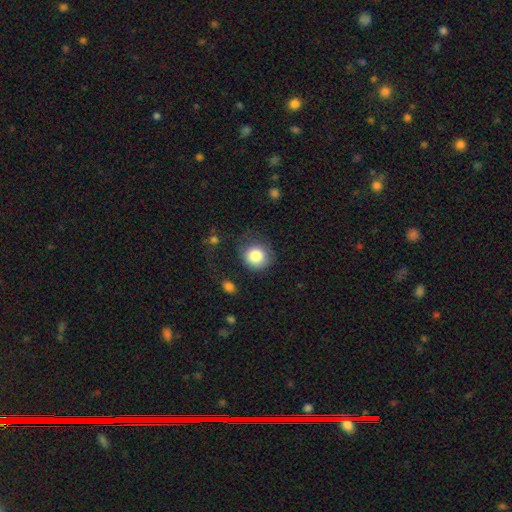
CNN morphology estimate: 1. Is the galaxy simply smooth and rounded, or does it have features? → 84% smooth, 9% star or artifact, 7% featured or disk.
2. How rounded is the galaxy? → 88% round, 11% in between, 1% cigar-shaped.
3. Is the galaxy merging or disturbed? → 74% none, 16% minor disturbance, 7% major disturbance, 2% merger.